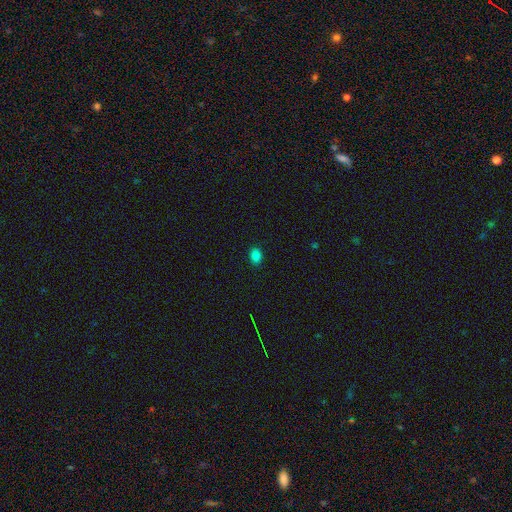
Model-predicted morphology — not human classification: The model was most divided on "how rounded": in between: 66%, round: 33%, cigar-shaped: 1%. More confident: merging — none (90%); smooth or featured — smooth (83%).